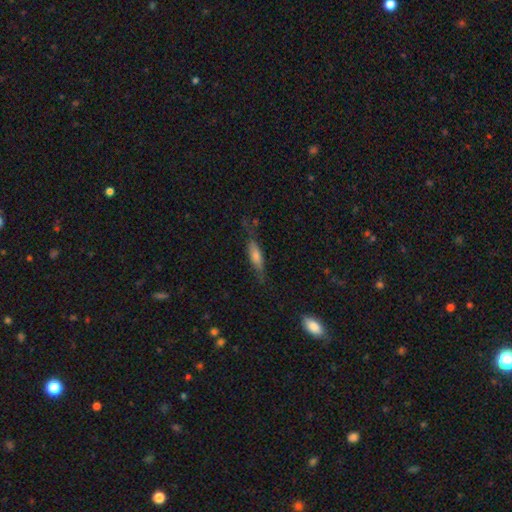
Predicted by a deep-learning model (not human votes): Smooth or featured? smooth (53%)
How rounded? cigar-shaped (69%)
Merging? none (67%)